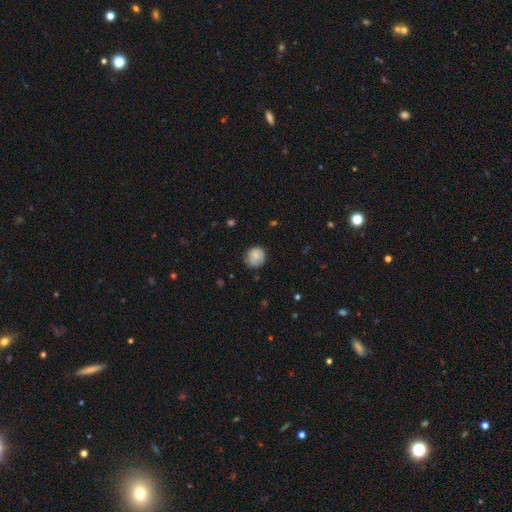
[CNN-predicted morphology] The model was most divided on "merging": none: 71%, minor disturbance: 23%, major disturbance: 5%, merger: 1%. More confident: how rounded — round (83%); smooth or featured — smooth (77%).